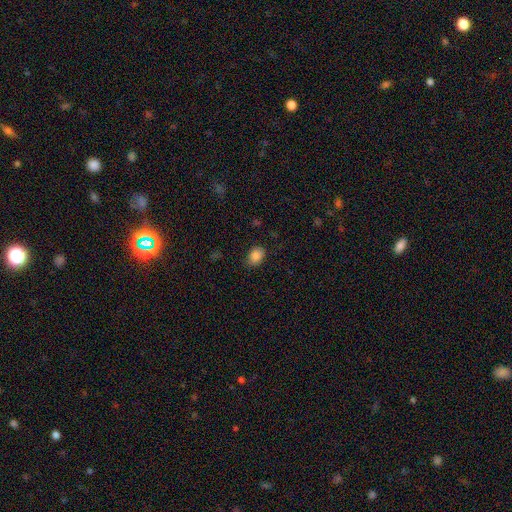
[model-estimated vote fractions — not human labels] Morphology: type=smooth (86%); roundness=in between (70%); merging=none (81%).